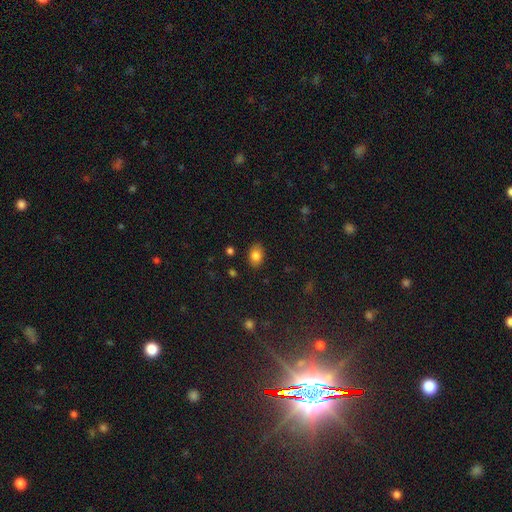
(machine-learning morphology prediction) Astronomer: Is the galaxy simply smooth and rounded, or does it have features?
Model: smooth — 82%.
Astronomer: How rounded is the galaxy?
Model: in between — 76%.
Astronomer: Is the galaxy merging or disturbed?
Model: none — 85%.